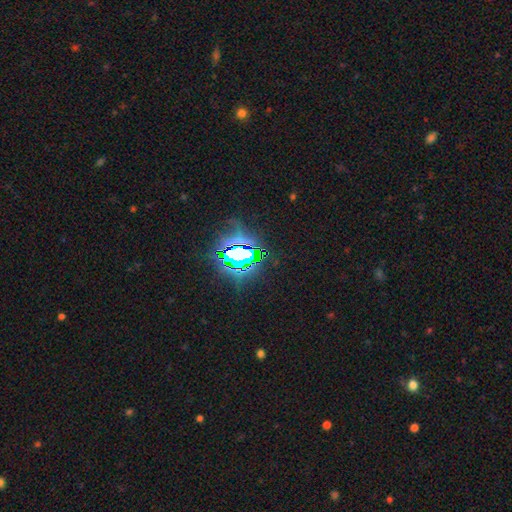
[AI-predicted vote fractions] This appears to be a star or artifact, not a galaxy (80%).